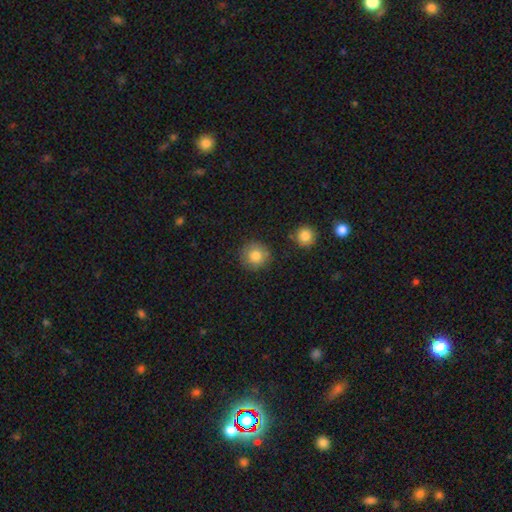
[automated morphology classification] A smooth galaxy with no disk features (82%) that is round (94%).

Vote fractions:
- Smooth or featured? smooth: 82% / star or artifact: 9% / featured or disk: 9%
- How rounded? round: 94% / in between: 5% / cigar-shaped: 1%
- Merging? none: 85% / minor disturbance: 9% / merger: 3% / major disturbance: 3%